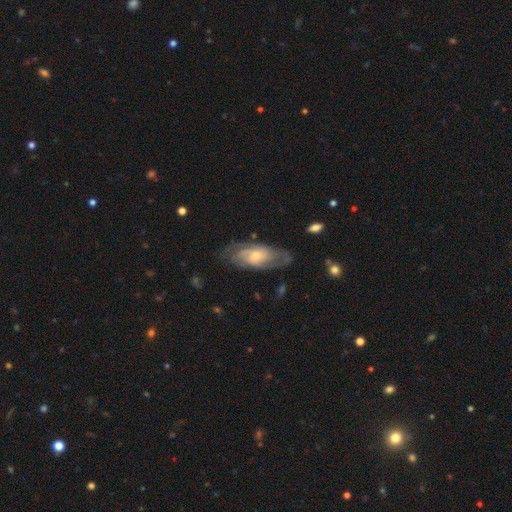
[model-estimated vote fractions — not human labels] smooth_or_featured: featured or disk (p=0.73) [alt: smooth p=0.22]
disk_edge_on: no (p=0.91) [alt: yes p=0.09]
bar: no (p=0.69) [alt: weak p=0.27]
has_spiral_arms: yes (p=0.90) [alt: no p=0.10]
spiral_winding: tight (p=0.49) [alt: medium p=0.38]
spiral_arm_count: can't tell (p=0.40) [alt: 2 p=0.35]
bulge_size: small (p=0.55) [alt: moderate p=0.36]
merging: none (p=0.68) [alt: minor disturbance p=0.21]